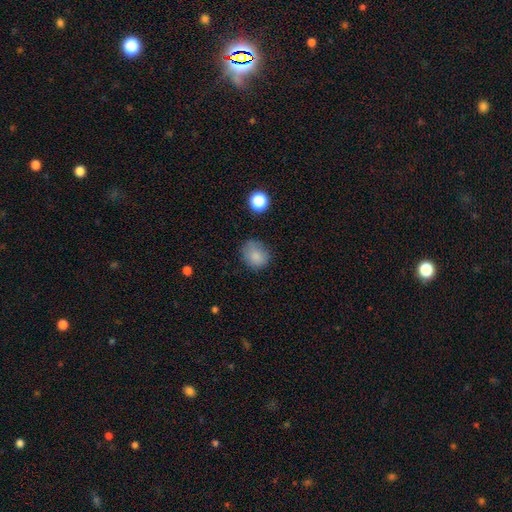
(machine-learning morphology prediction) Smooth or featured? smooth (83%)
How rounded? round (71%)
Merging? none (72%)